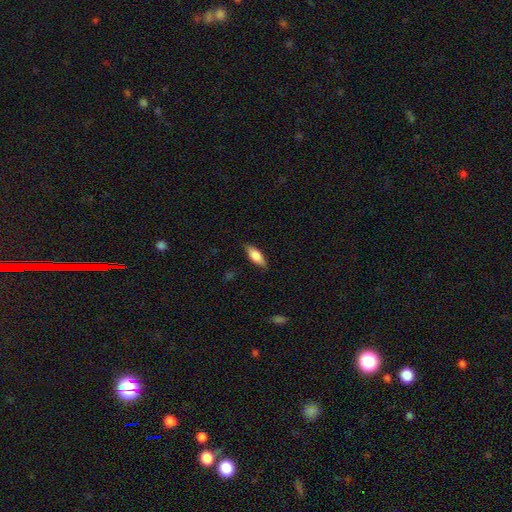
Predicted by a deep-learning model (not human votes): Overall: smooth (74%). How rounded: in between (71%). Merging: none (83%).